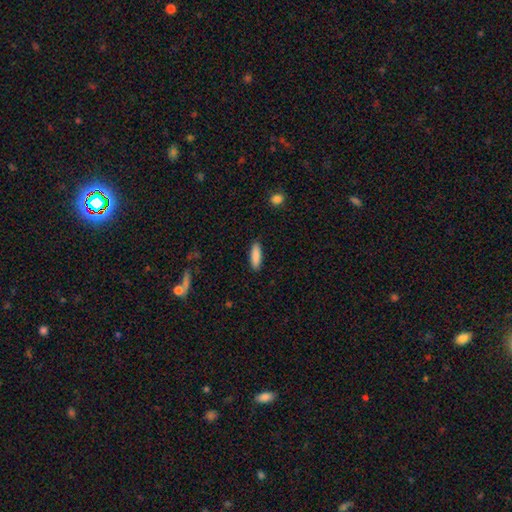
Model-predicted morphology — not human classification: This appears to be a smooth galaxy with no disk features (88%) that is cigar-shaped (55%). Merging: none (89%).